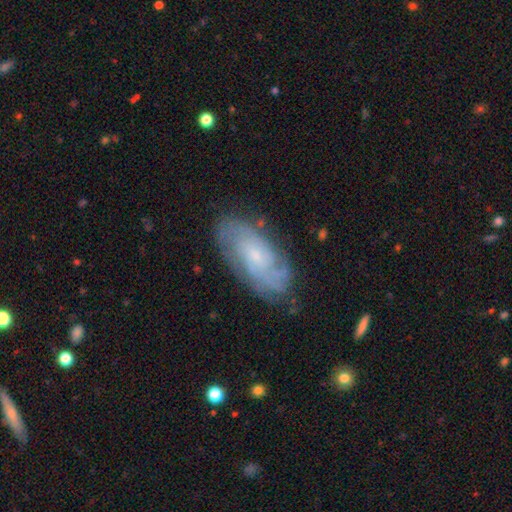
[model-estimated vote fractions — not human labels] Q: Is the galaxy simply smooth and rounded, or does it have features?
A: featured or disk — 76%.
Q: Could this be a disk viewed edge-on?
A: no — 94%.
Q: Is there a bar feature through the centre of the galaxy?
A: no — 70%.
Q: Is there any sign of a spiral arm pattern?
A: yes — 94%.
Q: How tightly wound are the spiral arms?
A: tight — 65%.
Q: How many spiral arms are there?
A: can't tell — 44%.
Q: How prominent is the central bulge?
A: small — 70%.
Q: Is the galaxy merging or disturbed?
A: none — 74%.